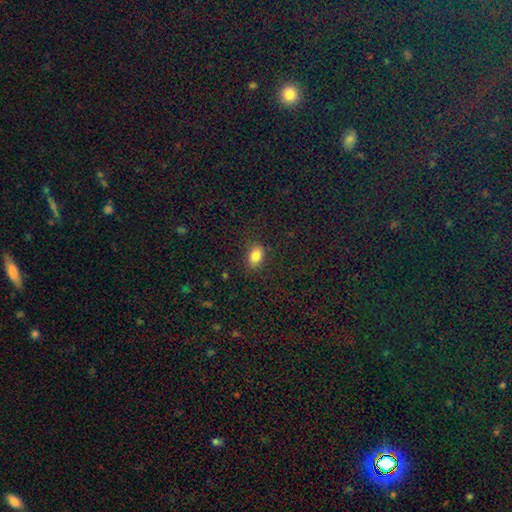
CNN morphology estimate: This appears to be a smooth galaxy with no disk features (83%) that is in between round and cigar-shaped (81%). Merging: none (84%).